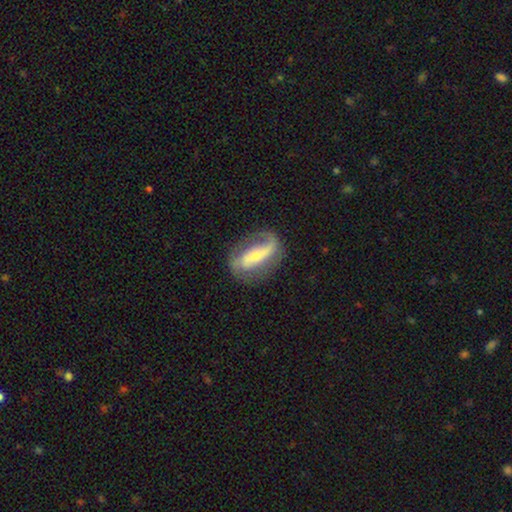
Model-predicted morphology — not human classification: featured or disk 79%, smooth 15%, star or artifact 6%. Down the decision tree: edge-on disk — no (91%); bar — strong (49%); spiral arms — yes (88%); spiral arm count — 2 (73%); spiral winding — loose (47%); bulge size — small (52%); merging — none (70%).